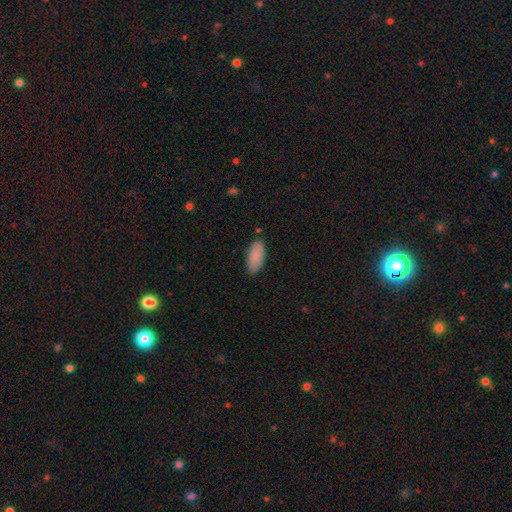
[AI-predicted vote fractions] This is clearly a smooth galaxy (88%). How rounded: clearly in between (84%). Merging: clearly none (83%).